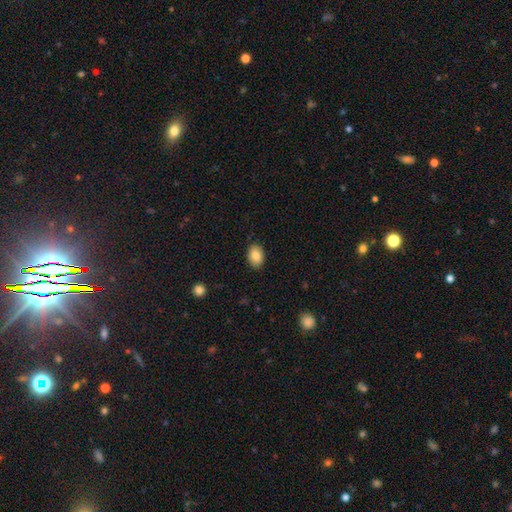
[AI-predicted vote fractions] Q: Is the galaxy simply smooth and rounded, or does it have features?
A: smooth — 86%.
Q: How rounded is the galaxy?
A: in between — 82%.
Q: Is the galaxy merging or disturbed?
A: none — 87%.